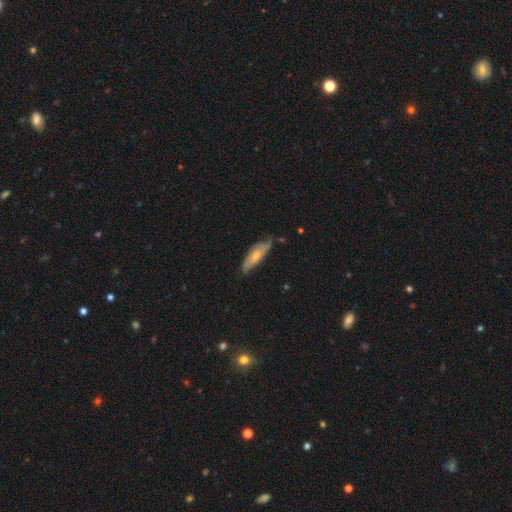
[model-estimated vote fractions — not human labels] This is possibly a featured or disk galaxy (47%, tied with smooth). Merging: possibly none (60%).